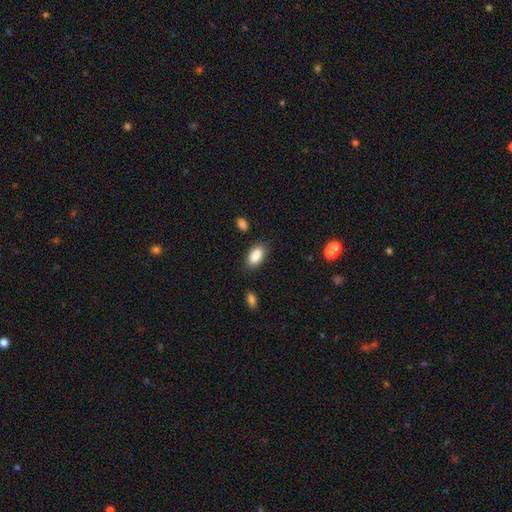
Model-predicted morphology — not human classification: A smooth galaxy with no disk features (88%) that is in between round and cigar-shaped (92%).

Vote fractions:
- Smooth or featured? smooth: 88% / star or artifact: 7% / featured or disk: 5%
- How rounded? in between: 92% / cigar-shaped: 4% / round: 4%
- Merging? none: 84% / minor disturbance: 11% / major disturbance: 3% / merger: 2%